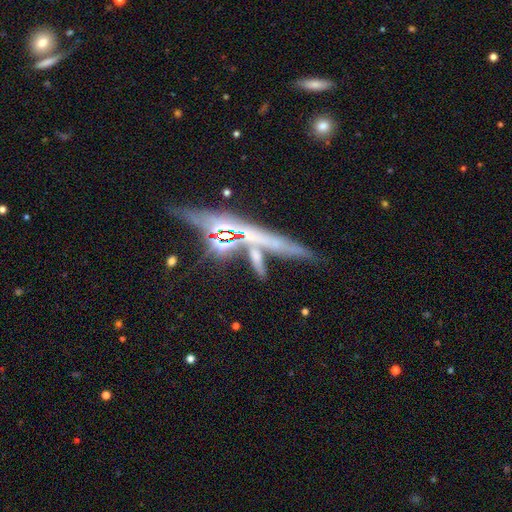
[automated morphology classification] Smooth or featured: smooth — 43% (featured or disk — 31%)
Merging: none — 61% (merger — 19%)